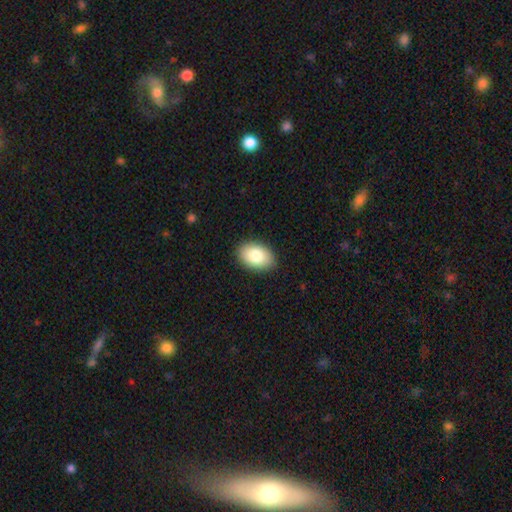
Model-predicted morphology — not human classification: Overall: smooth (84%). How rounded: in between (87%). Merging: none (89%).